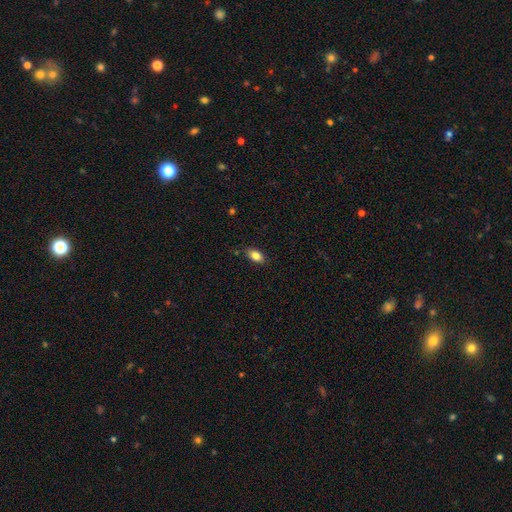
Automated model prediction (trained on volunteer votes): Overall: smooth (84%). How rounded: in between (89%). Merging: none (82%).